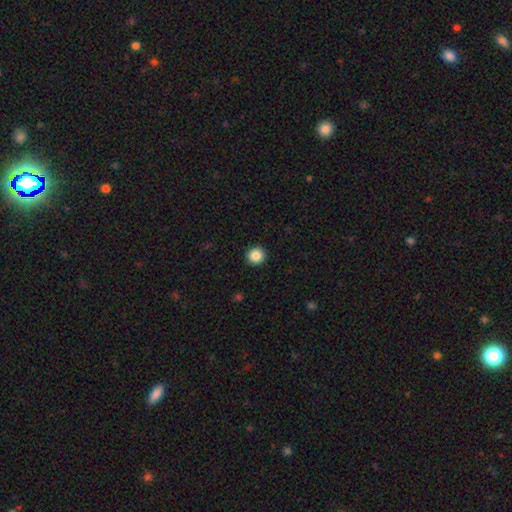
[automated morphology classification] type=smooth (87%); roundness=round (93%); merging=none (93%).